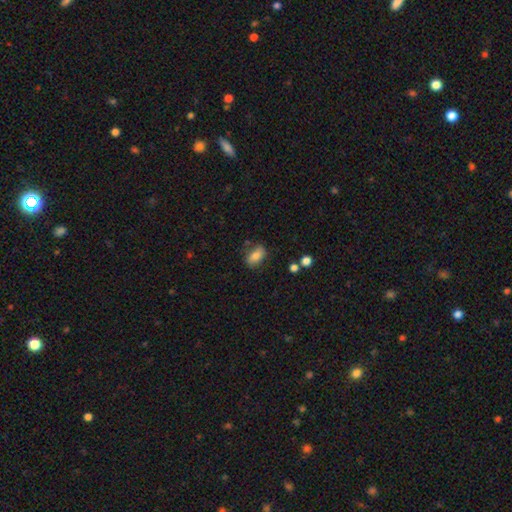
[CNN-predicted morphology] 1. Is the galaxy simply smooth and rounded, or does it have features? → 79% smooth, 13% featured or disk, 8% star or artifact.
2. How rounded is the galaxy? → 87% in between, 9% round, 5% cigar-shaped.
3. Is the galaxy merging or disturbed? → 78% none, 15% minor disturbance, 4% merger, 4% major disturbance.